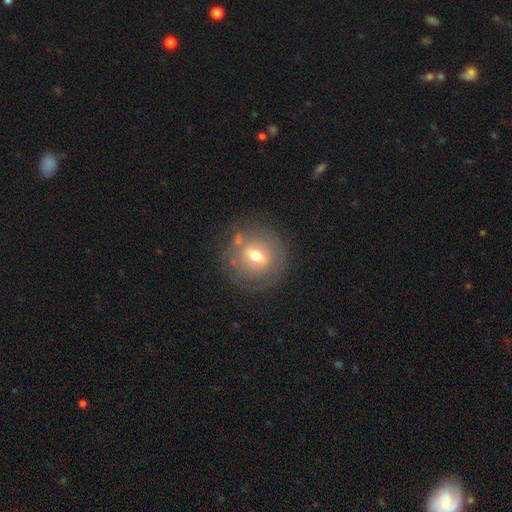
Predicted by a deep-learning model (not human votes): Smooth or featured? Predicted: featured or disk (p=0.55). Edge-on disk? Predicted: no (p=0.90). Merging? Predicted: none (p=0.71).